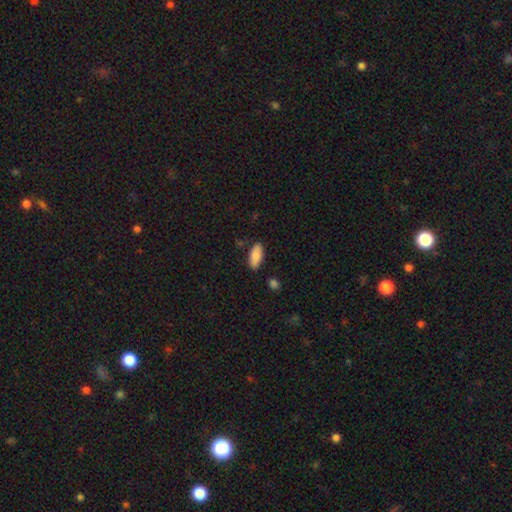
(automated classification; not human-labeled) Smooth or featured? Predicted: smooth (p=0.85). How rounded? Predicted: in between (p=0.87). Merging? Predicted: none (p=0.83).